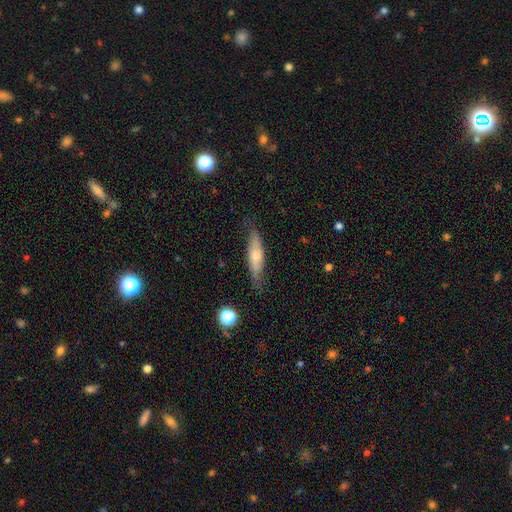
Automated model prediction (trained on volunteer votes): This is possibly a smooth galaxy (57%). How rounded: likely cigar-shaped (69%). Merging: likely none (76%).